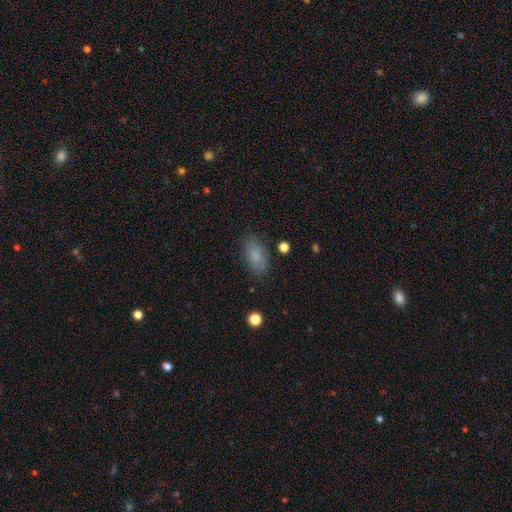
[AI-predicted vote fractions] Smooth or featured: smooth — 84% (star or artifact — 9%)
How rounded: in between — 90% (cigar-shaped — 6%)
Merging: none — 82% (minor disturbance — 13%)